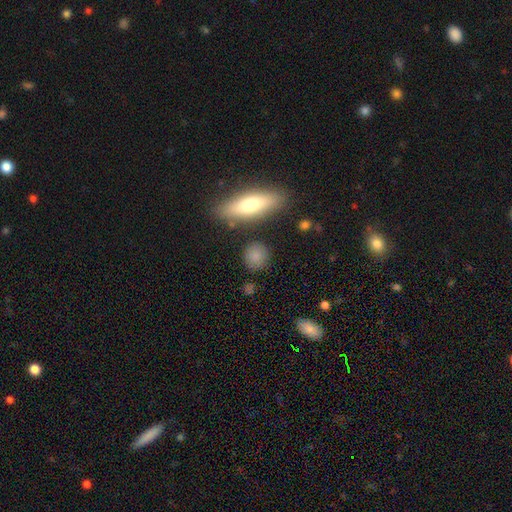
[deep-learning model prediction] A smooth galaxy with no disk features (85%) that is round (79%).

Vote fractions:
- Smooth or featured? smooth: 85% / star or artifact: 8% / featured or disk: 7%
- How rounded? round: 79% / in between: 18% / cigar-shaped: 4%
- Merging? none: 84% / minor disturbance: 9% / merger: 4% / major disturbance: 3%